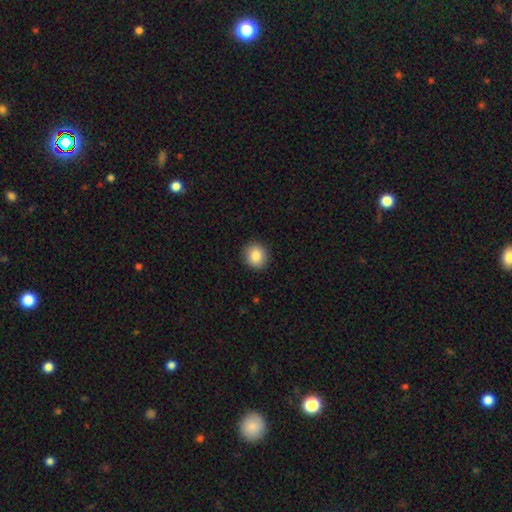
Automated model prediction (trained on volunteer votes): smooth-or-featured: smooth: 86% | star or artifact: 9% | featured or disk: 6%
  how-rounded: round: 85% | in between: 14% | cigar-shaped: 1%
  merging: none: 92% | minor disturbance: 6% | major disturbance: 2% | merger: 1%